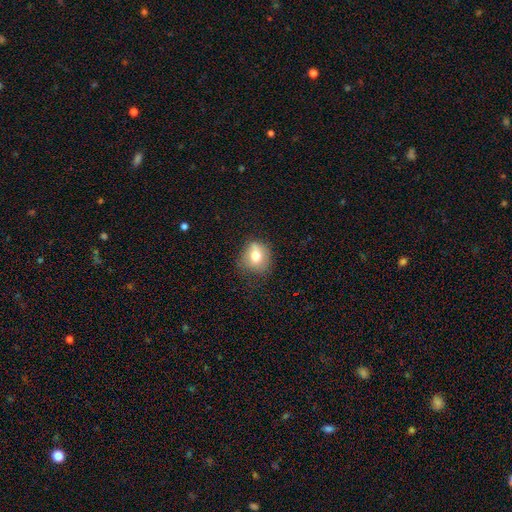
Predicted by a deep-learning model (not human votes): The model was most divided on "merging": none: 61%, minor disturbance: 27%, major disturbance: 9%, merger: 3%. More confident: smooth or featured — smooth (73%); how rounded — round (71%).